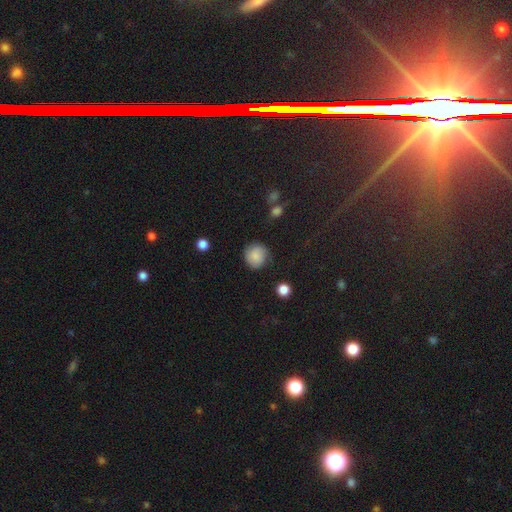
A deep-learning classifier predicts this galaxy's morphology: Q: Smooth or featured?
A: smooth (80%); runner-up: featured or disk (11%)
Q: How rounded?
A: round (88%); runner-up: in between (11%)
Q: Merging?
A: none (79%); runner-up: minor disturbance (15%)